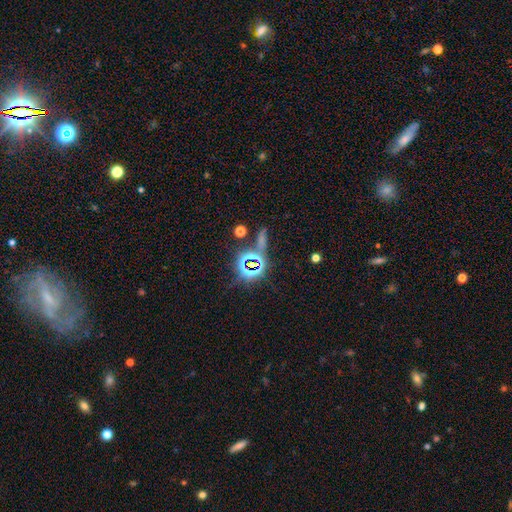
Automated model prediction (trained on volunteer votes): smooth_or_featured: star or artifact (p=0.71) [alt: smooth p=0.16]